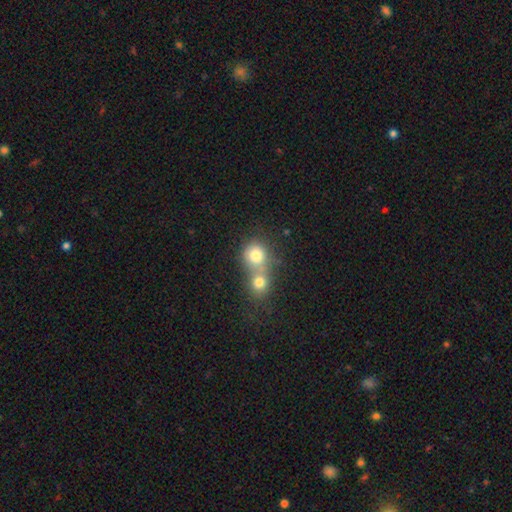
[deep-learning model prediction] smooth 40%, star or artifact 38%, featured or disk 22%. Down the decision tree: merging — none (44%).